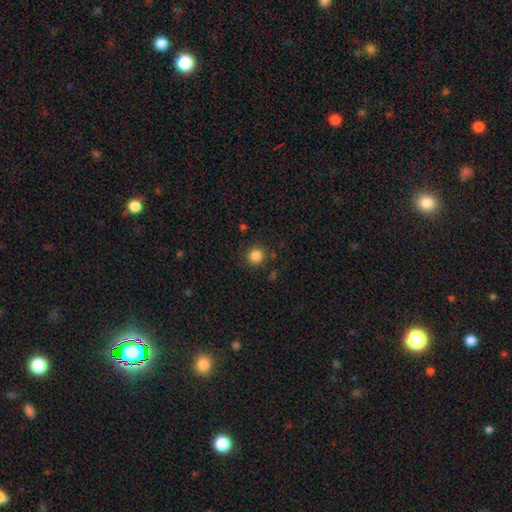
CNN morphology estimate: A smooth galaxy with no disk features (85%) that is round (93%). Merging: none (87%).